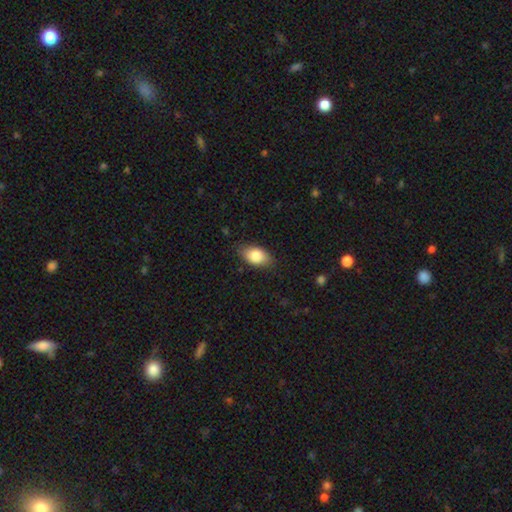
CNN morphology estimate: smooth_or_featured: smooth (p=0.84) [alt: featured or disk p=0.10]
how_rounded: in between (p=0.90) [alt: round p=0.07]
merging: none (p=0.81) [alt: minor disturbance p=0.15]